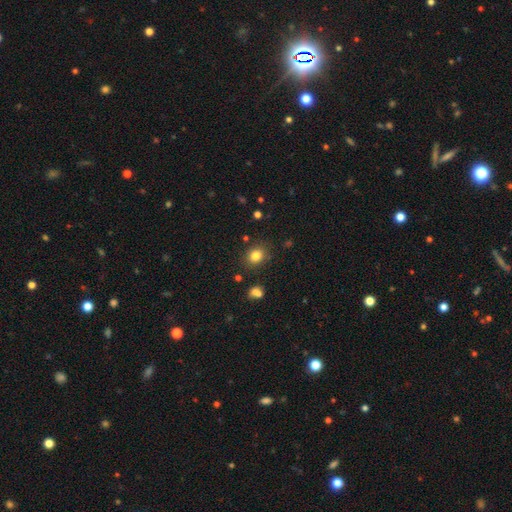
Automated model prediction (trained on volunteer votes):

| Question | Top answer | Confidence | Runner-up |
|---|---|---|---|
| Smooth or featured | smooth | 81% | star or artifact (12%) |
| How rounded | round | 63% | in between (36%) |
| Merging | none | 84% | minor disturbance (10%) |